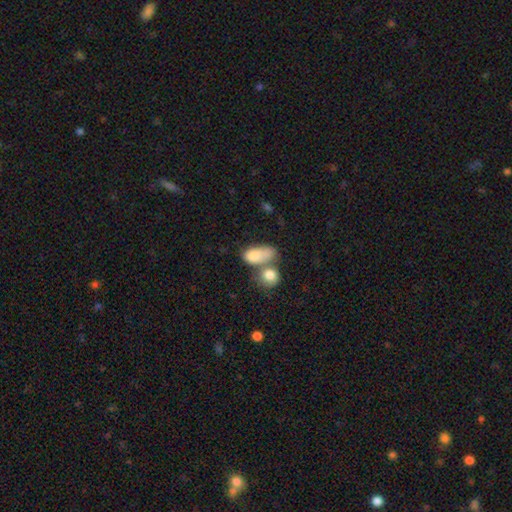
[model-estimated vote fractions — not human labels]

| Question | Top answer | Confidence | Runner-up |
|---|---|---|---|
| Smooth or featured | smooth | 79% | featured or disk (13%) |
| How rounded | in between | 83% | round (13%) |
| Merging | merger | 54% | none (22%) |